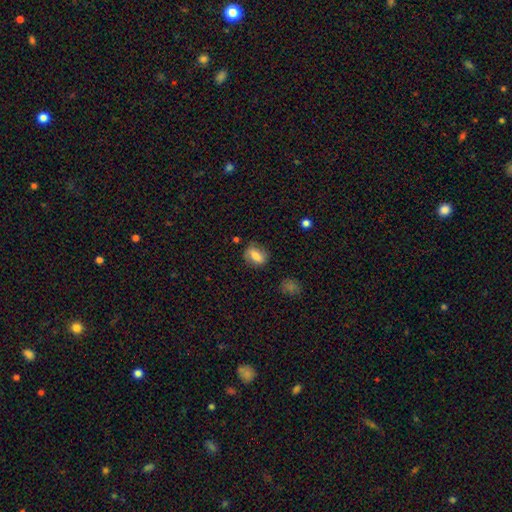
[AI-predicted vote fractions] A smooth galaxy with no disk features (71%) that is in between round and cigar-shaped (72%).

Vote fractions:
- Smooth or featured? smooth: 71% / featured or disk: 21% / star or artifact: 8%
- How rounded? in between: 72% / round: 25% / cigar-shaped: 3%
- Merging? none: 75% / minor disturbance: 18% / major disturbance: 5% / merger: 2%